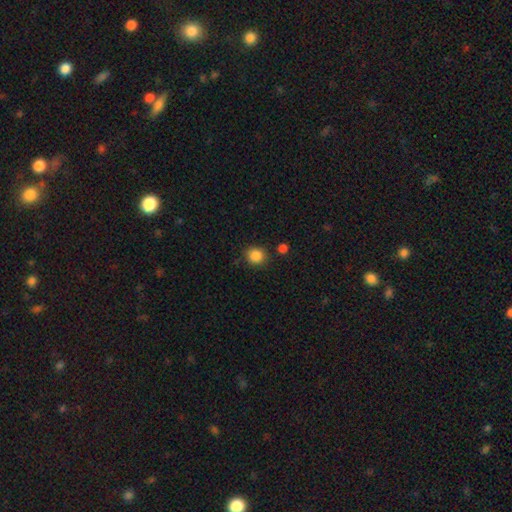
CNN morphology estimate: This is clearly a smooth galaxy (86%). How rounded: clearly round (88%). Merging: clearly none (84%).